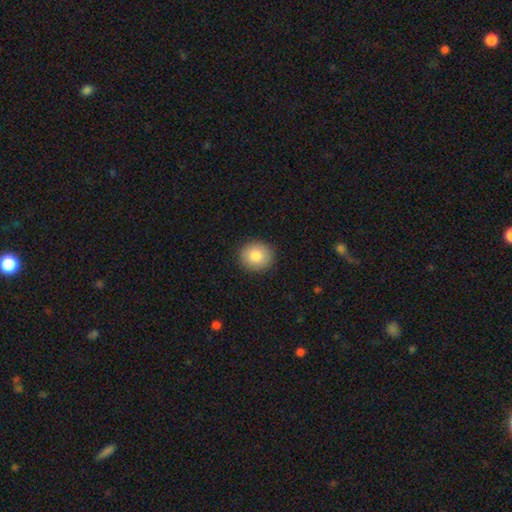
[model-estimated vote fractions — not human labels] Smooth or featured? smooth (83%)
How rounded? round (86%)
Merging? none (91%)